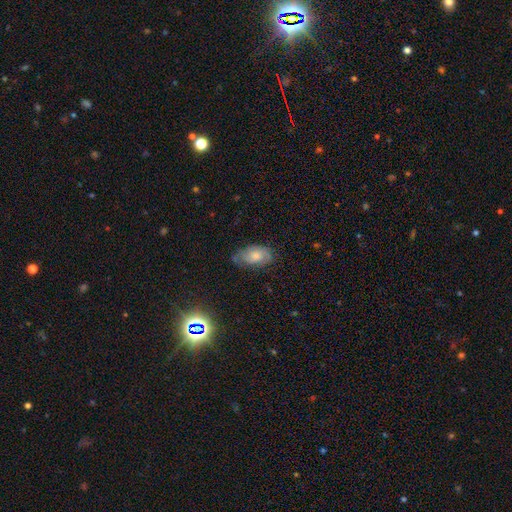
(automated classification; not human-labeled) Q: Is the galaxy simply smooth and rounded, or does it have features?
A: smooth — 58%.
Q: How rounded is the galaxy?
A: in between — 92%.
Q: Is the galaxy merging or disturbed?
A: none — 61%.